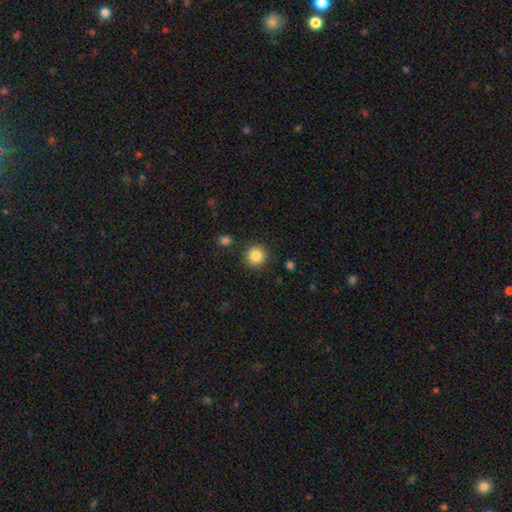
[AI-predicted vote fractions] Morphology: type=smooth (85%); roundness=round (94%); merging=none (89%).